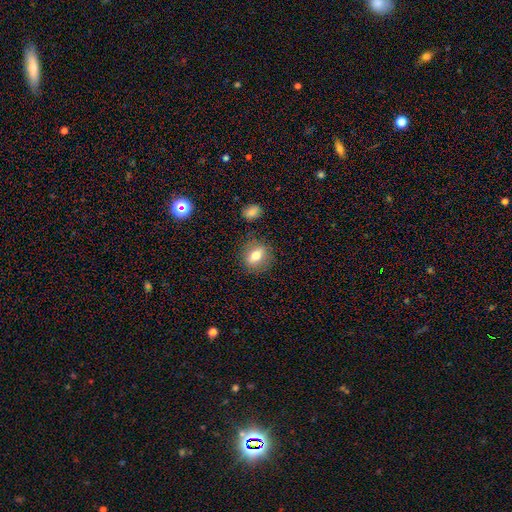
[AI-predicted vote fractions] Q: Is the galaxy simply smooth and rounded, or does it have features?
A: smooth — 71%.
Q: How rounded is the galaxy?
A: in between — 53%.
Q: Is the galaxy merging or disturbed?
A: none — 83%.